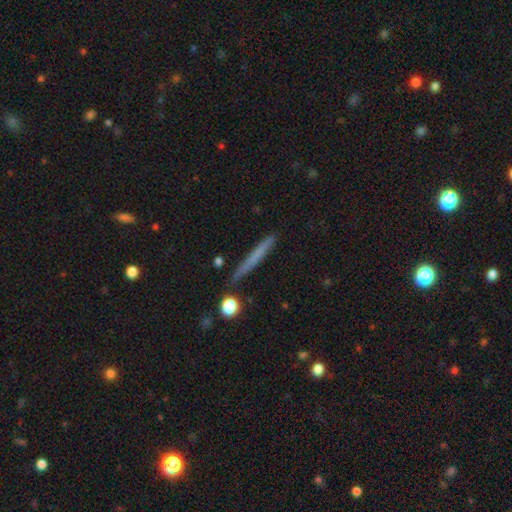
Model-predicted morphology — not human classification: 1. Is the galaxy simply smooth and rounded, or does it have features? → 58% smooth, 34% featured or disk, 7% star or artifact.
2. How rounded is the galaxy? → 96% cigar-shaped, 2% in between, 2% round.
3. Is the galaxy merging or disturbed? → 86% none, 9% minor disturbance, 2% merger, 2% major disturbance.